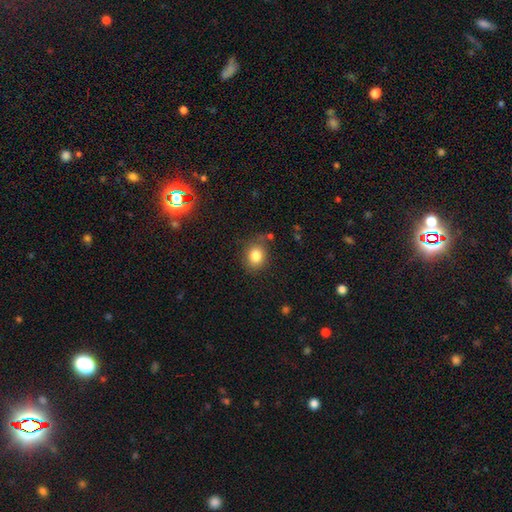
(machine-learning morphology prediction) A smooth galaxy with no disk features (83%) that is round (57%). Merging: none (75%).